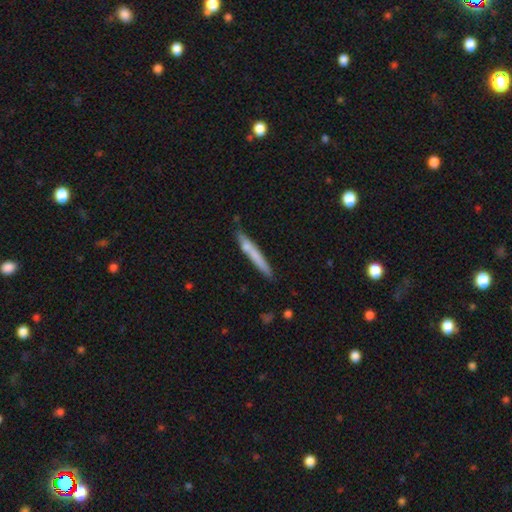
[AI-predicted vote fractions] Smooth or featured? smooth (64%)
How rounded? cigar-shaped (95%)
Merging? none (78%)